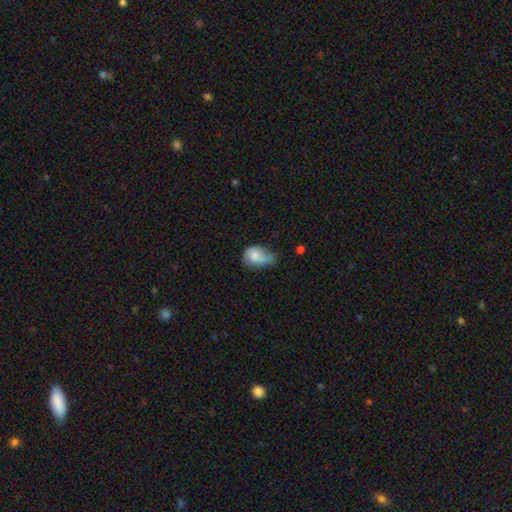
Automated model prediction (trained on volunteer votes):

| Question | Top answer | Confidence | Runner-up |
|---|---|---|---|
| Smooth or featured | smooth | 69% | featured or disk (22%) |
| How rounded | in between | 77% | round (22%) |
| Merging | minor disturbance | 39% | major disturbance (31%) |